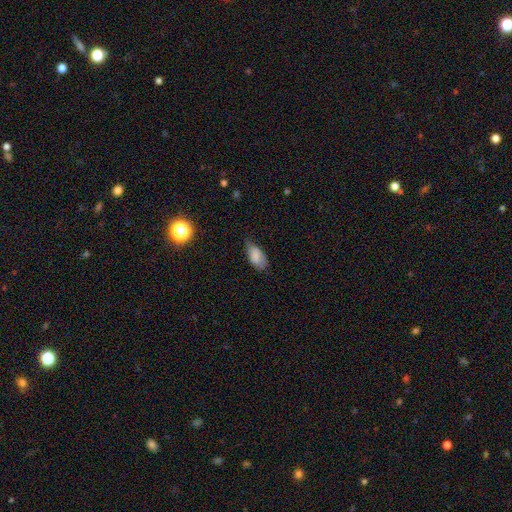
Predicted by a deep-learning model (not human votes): smooth 79%, featured or disk 12%, star or artifact 8%. Down the decision tree: how rounded — in between (92%); merging — none (49%).